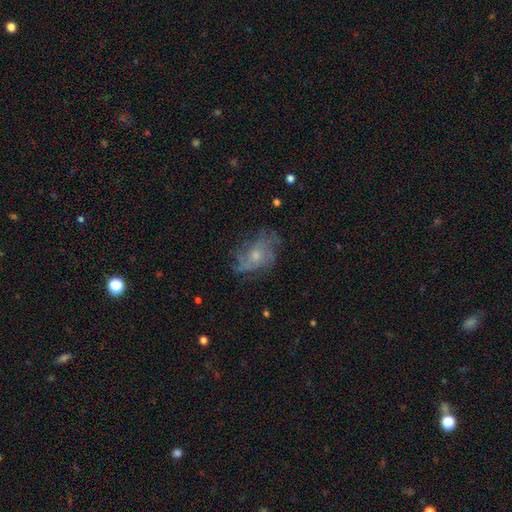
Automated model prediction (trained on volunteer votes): Morphology: type=featured or disk (61%); edge-on=no (96%); bar=no (82%); spiral arms=yes (72%); bulge=small (53%); merging=none (60%).